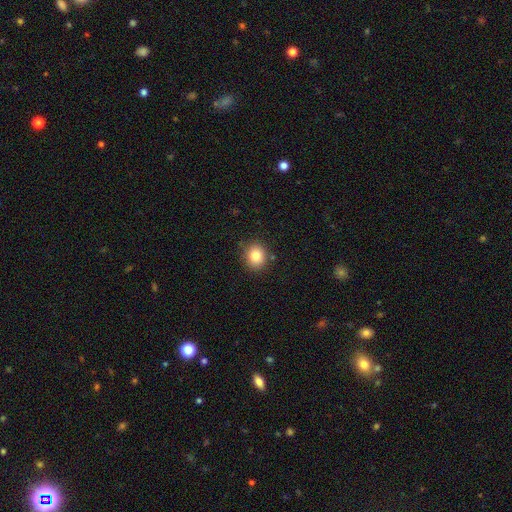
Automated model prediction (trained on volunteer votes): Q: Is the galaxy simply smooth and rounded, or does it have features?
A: smooth — 82%.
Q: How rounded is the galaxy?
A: round — 73%.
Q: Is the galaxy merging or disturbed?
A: none — 85%.